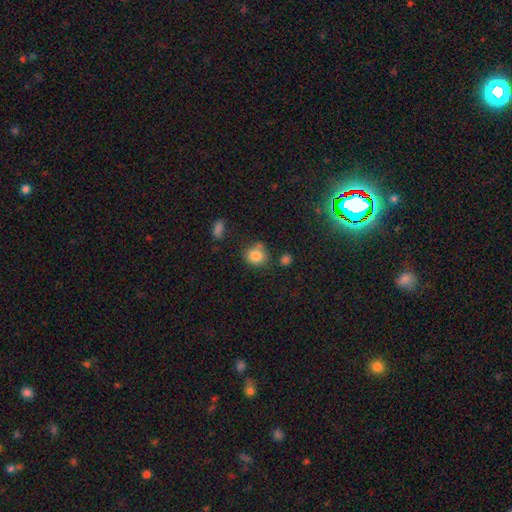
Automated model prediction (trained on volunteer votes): Q: Smooth or featured?
A: smooth (84%); runner-up: star or artifact (10%)
Q: How rounded?
A: round (79%); runner-up: in between (20%)
Q: Merging?
A: none (65%); runner-up: minor disturbance (19%)